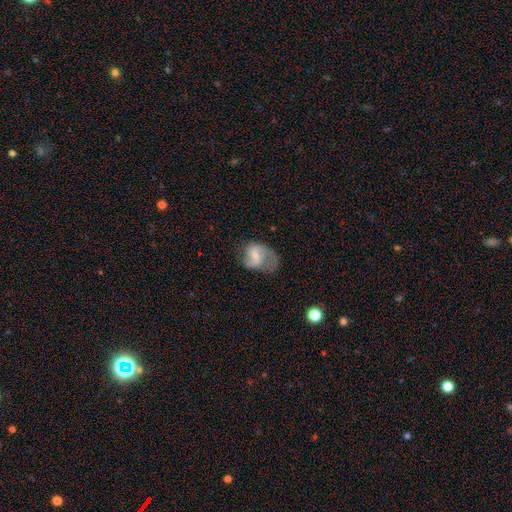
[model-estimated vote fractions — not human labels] Smooth or featured: featured or disk — 58% (smooth — 34%)
Edge-on disk: no — 98% (yes — 2%)
Bar: weak — 50% (no — 35%)
Spiral arms: yes — 79% (no — 21%)
Bulge size: small — 44% (moderate — 33%)
Merging: none — 36% (major disturbance — 33%)